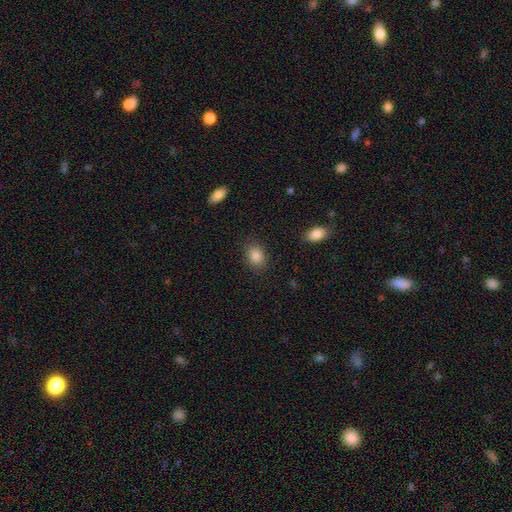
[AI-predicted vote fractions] This is clearly a smooth galaxy (86%). How rounded: likely in between (64%). Merging: clearly none (86%).